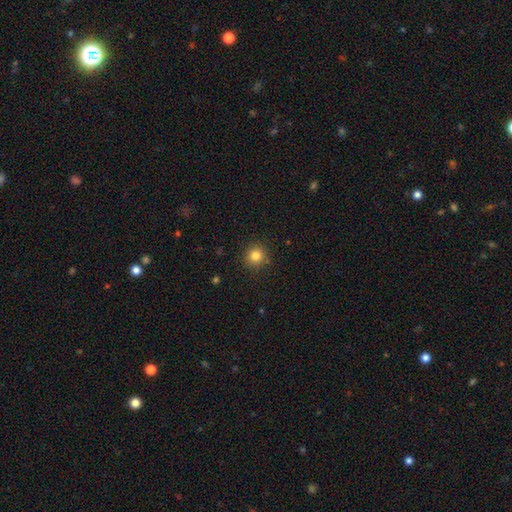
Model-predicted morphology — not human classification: Overall: smooth (82%). How rounded: round (92%). Merging: none (89%).